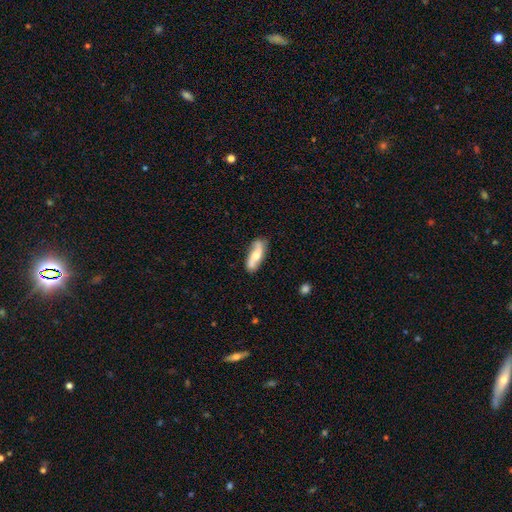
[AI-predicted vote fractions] featured or disk 63%, smooth 31%, star or artifact 6%. Down the decision tree: edge-on disk — no (81%); bar — no (51%); spiral arms — yes (89%); bulge size — moderate (62%); merging — none (78%).